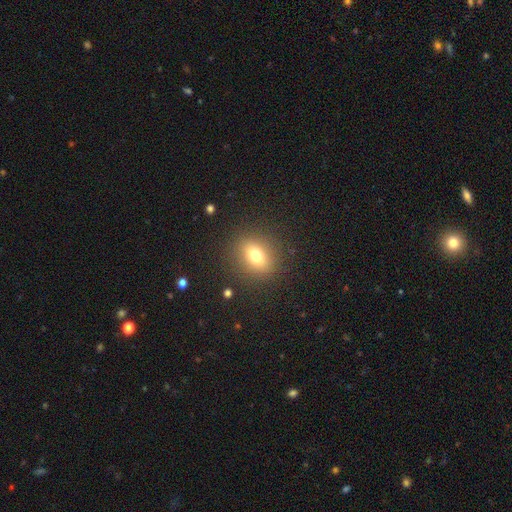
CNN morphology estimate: smooth 74%, star or artifact 13%, featured or disk 12%. Down the decision tree: how rounded — round (53%); merging — none (87%).